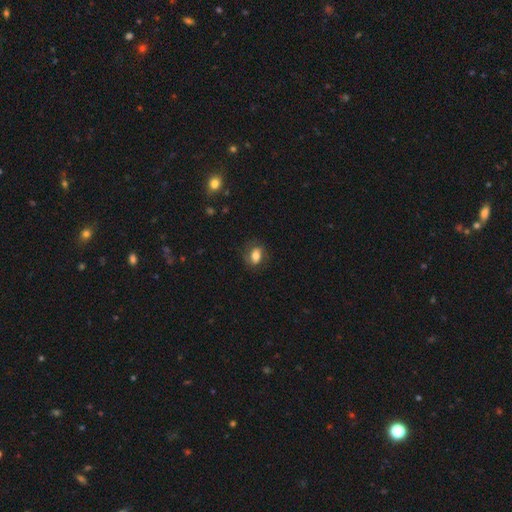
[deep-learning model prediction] Smooth or featured? smooth (70%)
How rounded? in between (79%)
Merging? none (73%)